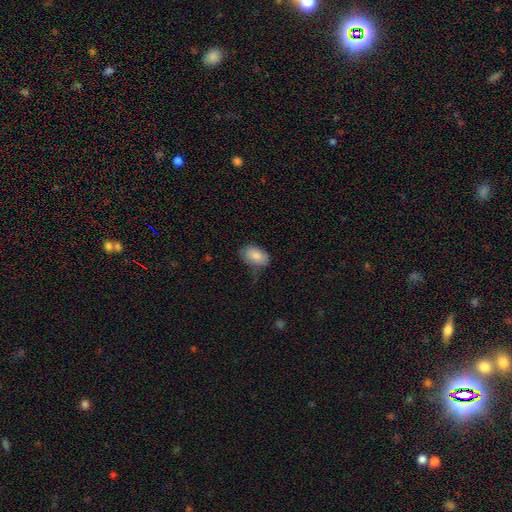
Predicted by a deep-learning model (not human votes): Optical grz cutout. It shows a smooth galaxy with no disk features (85%) that is in between round and cigar-shaped (87%). Merging: none (65%).